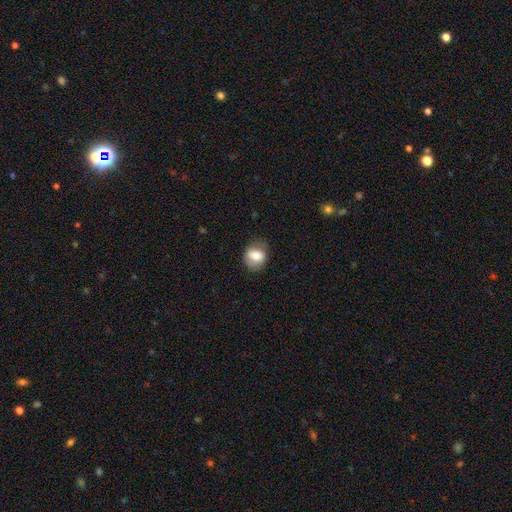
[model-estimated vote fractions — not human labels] A smooth galaxy with no disk features (68%) that is round (54%). Merging: none (71%).